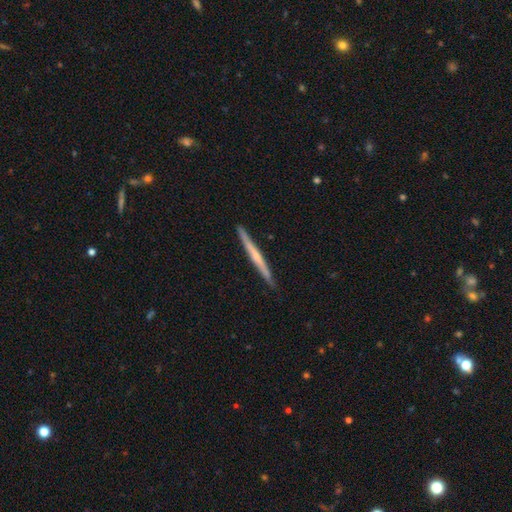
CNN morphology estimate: A featured or disk galaxy (58%) viewed edge-on (98%) with no central bulge (59%). Merging: none (91%).